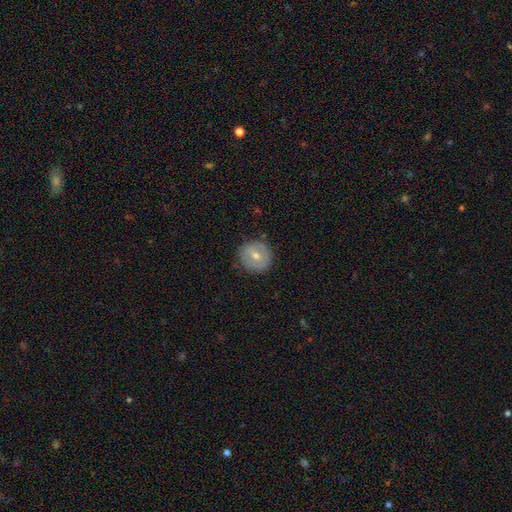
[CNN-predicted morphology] type=smooth (60%); roundness=round (91%); merging=none (83%).